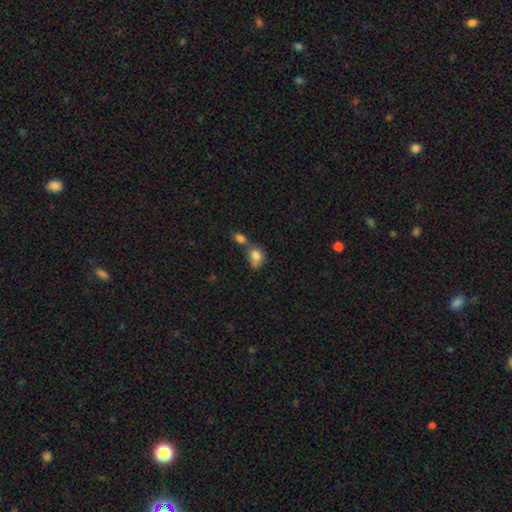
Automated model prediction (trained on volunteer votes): smooth 81%, featured or disk 10%, star or artifact 9%. Down the decision tree: how rounded — round (49%, tied with in between); merging — merger (55%).